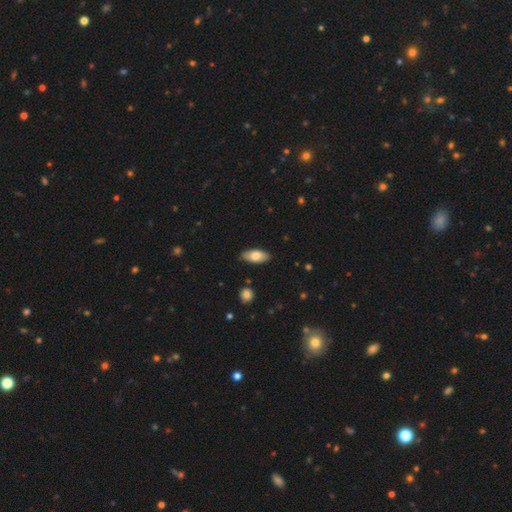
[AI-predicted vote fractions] Morphology: type=smooth (74%); roundness=in between (88%); merging=none (87%).